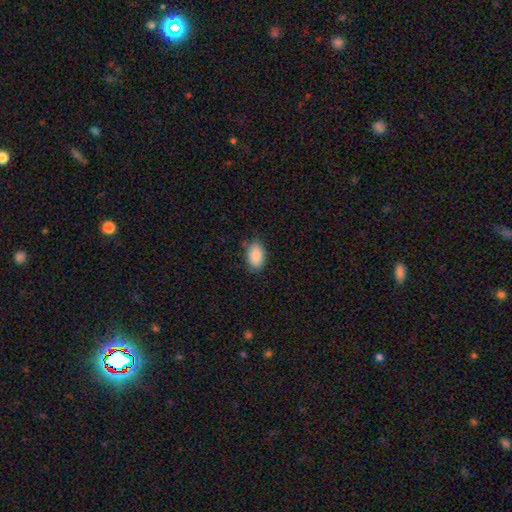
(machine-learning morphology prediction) smooth 89%, star or artifact 7%, featured or disk 5%. Down the decision tree: how rounded — in between (92%); merging — none (79%).